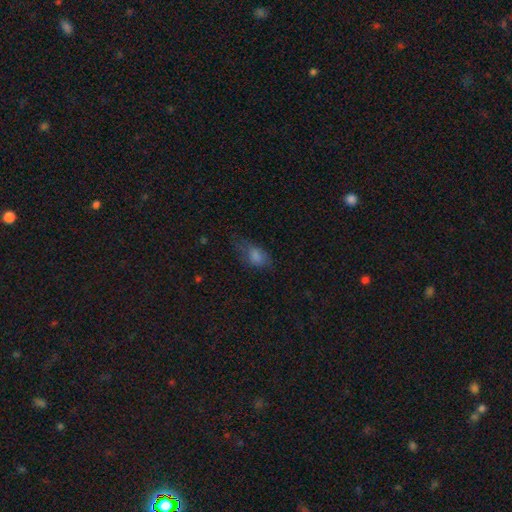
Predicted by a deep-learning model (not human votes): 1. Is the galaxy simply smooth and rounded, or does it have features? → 69% smooth, 15% star or artifact, 15% featured or disk.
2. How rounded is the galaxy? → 83% in between, 9% cigar-shaped, 8% round.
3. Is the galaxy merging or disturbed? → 49% none, 30% minor disturbance, 18% major disturbance, 2% merger.